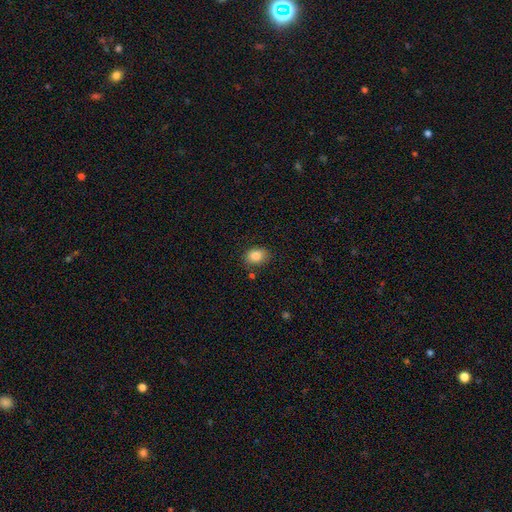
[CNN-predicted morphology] Overall: smooth (85%). How rounded: in between (64%; round 35%). Merging: none (80%).